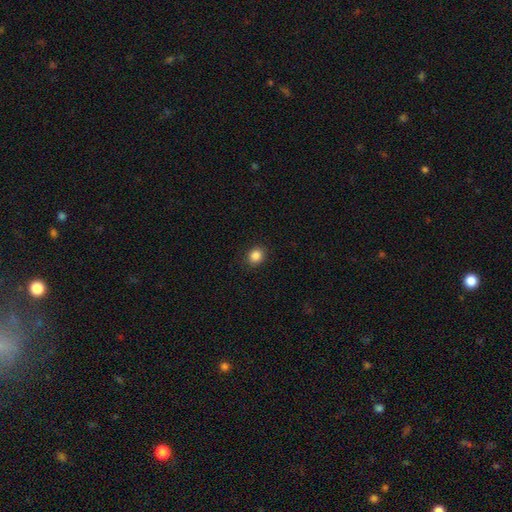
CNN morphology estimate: smooth-or-featured: smooth: 86% | star or artifact: 10% | featured or disk: 3%
  how-rounded: round: 75% | in between: 24% | cigar-shaped: 1%
  merging: none: 90% | minor disturbance: 7% | major disturbance: 2% | merger: 1%